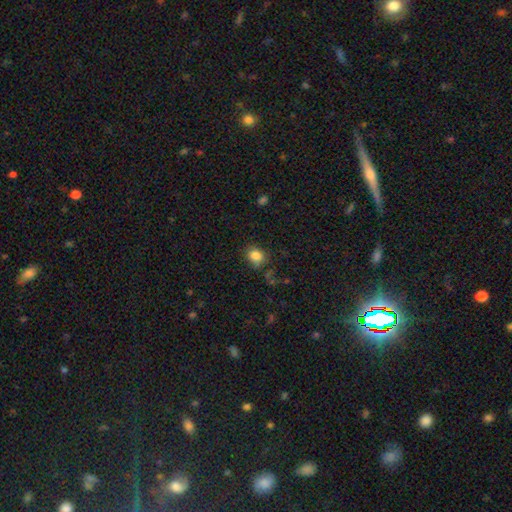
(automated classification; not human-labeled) smooth 84%, star or artifact 11%, featured or disk 5%. Down the decision tree: how rounded — round (59%); merging — none (74%).